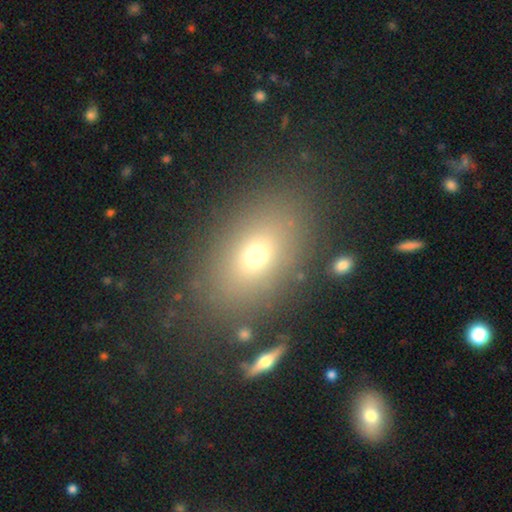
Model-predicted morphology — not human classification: smooth_or_featured: smooth (p=0.67) [alt: star or artifact p=0.18]
how_rounded: in between (p=0.73) [alt: round p=0.25]
merging: none (p=0.83) [alt: minor disturbance p=0.09]